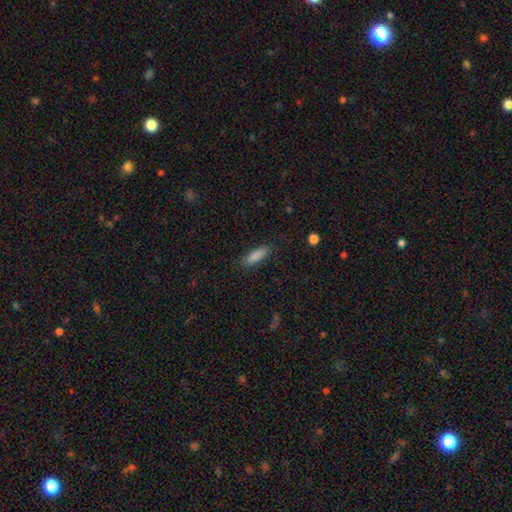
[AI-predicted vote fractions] smooth_or_featured: smooth (p=0.87) [alt: star or artifact p=0.07]
how_rounded: in between (p=0.52) [alt: cigar-shaped p=0.47]
merging: none (p=0.87) [alt: minor disturbance p=0.10]